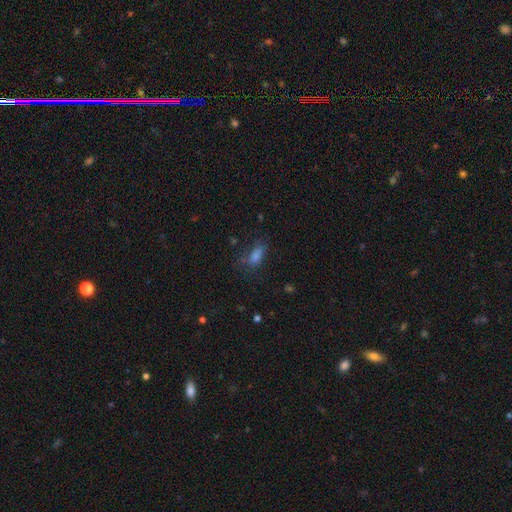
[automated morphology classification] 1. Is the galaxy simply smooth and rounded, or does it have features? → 63% smooth, 22% star or artifact, 14% featured or disk.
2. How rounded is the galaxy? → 68% in between, 25% cigar-shaped, 7% round.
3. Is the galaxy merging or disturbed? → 60% none, 21% minor disturbance, 15% major disturbance, 4% merger.